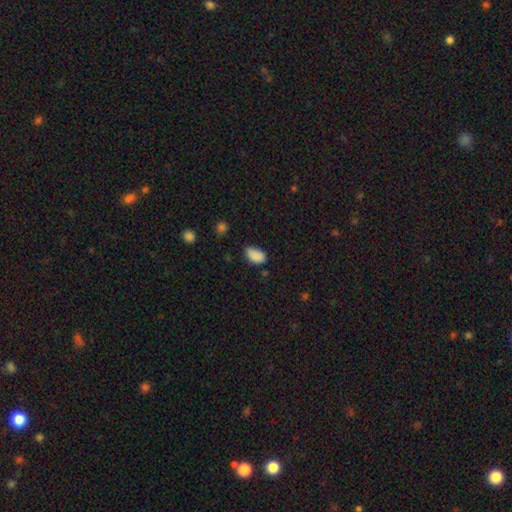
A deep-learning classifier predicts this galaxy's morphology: smooth-or-featured: smooth: 87% | star or artifact: 9% | featured or disk: 4%
  how-rounded: in between: 91% | round: 7% | cigar-shaped: 2%
  merging: none: 65% | minor disturbance: 28% | major disturbance: 5% | merger: 2%